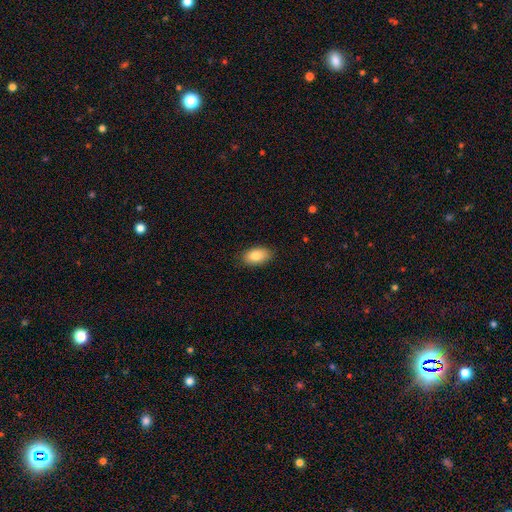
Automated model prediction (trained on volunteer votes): smooth_or_featured: smooth (p=0.84) [alt: featured or disk p=0.09]
how_rounded: in between (p=0.93) [alt: round p=0.05]
merging: none (p=0.86) [alt: minor disturbance p=0.11]